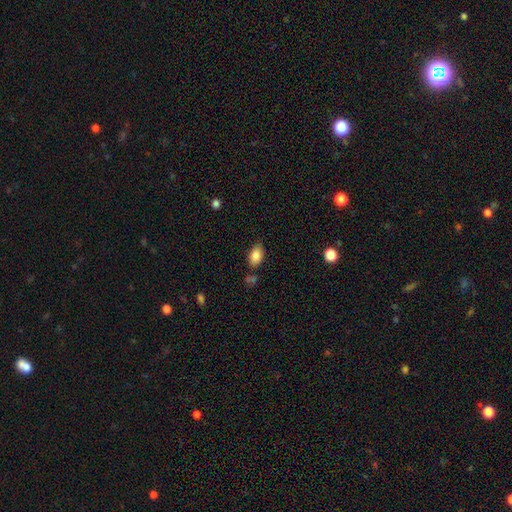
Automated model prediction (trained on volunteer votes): smooth 85%, star or artifact 8%, featured or disk 7%. Down the decision tree: how rounded — in between (89%); merging — none (74%).